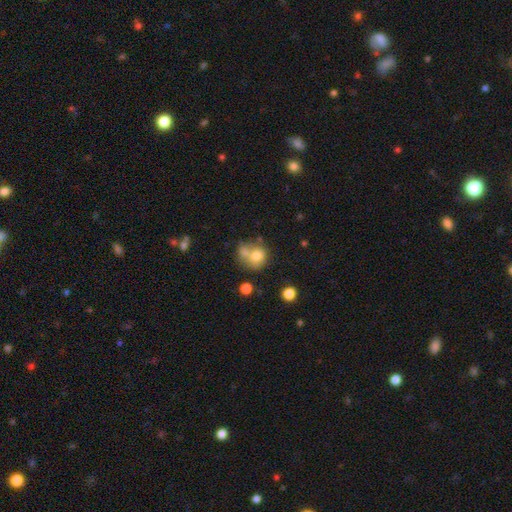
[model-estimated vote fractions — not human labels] A smooth galaxy with no disk features (73%) that is round (73%). Merging: merger (46%).